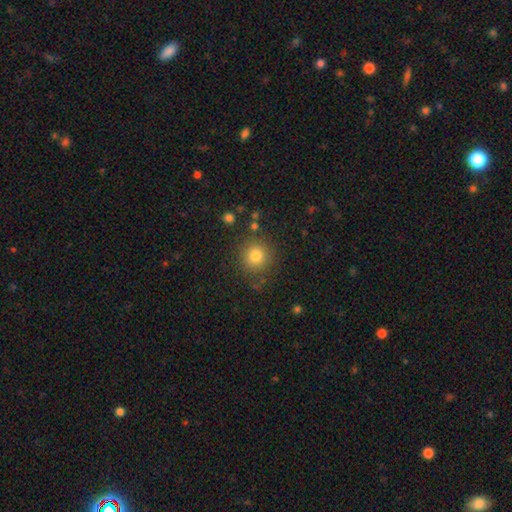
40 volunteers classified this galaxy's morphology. Overall: smooth (85%). How rounded: round (94%). Merging: none (74%).